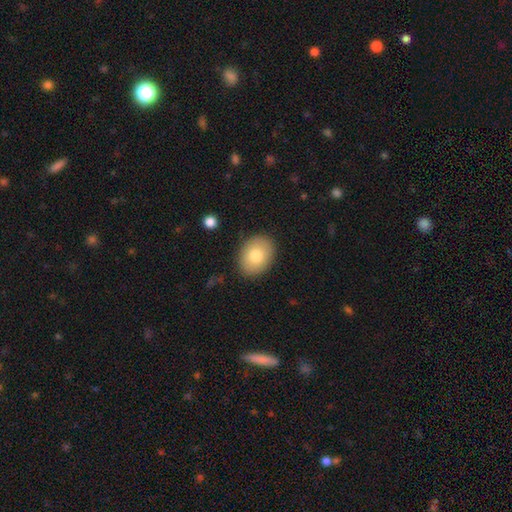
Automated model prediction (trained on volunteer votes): smooth_or_featured: smooth (p=0.79) [alt: featured or disk p=0.14]
how_rounded: in between (p=0.68) [alt: round p=0.31]
merging: none (p=0.88) [alt: minor disturbance p=0.09]